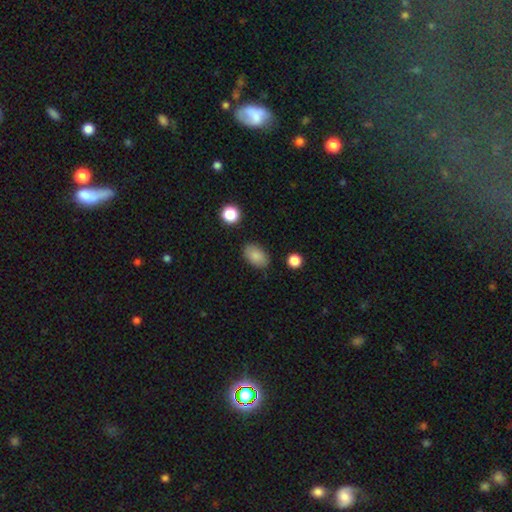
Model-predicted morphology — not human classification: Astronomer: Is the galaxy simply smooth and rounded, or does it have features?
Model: smooth — 86%.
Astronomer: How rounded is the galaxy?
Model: in between — 89%.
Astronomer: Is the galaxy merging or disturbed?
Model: none — 85%.